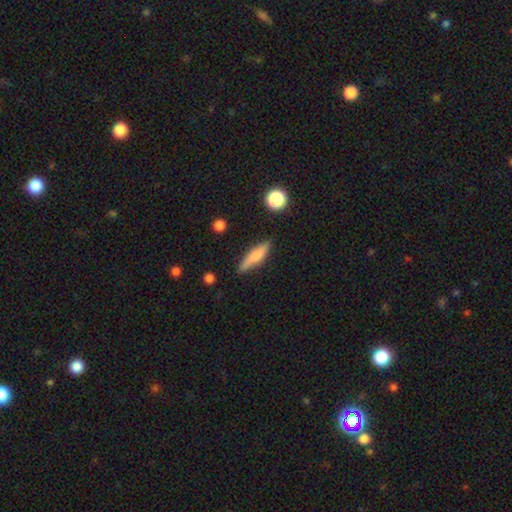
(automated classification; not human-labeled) A smooth galaxy with no disk features (68%) that is cigar-shaped (73%). Merging: none (77%).